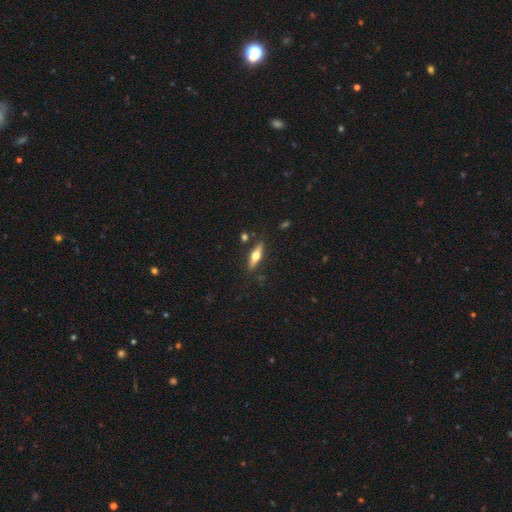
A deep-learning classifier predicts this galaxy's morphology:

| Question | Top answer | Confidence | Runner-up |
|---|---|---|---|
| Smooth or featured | featured or disk | 54% | smooth (40%) |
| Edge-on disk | yes | 91% | no (9%) |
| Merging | none | 84% | minor disturbance (10%) |